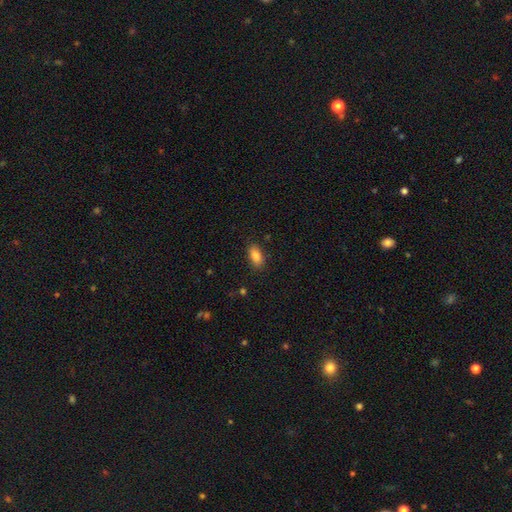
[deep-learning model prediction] Smooth or featured: smooth — 87% (star or artifact — 8%)
How rounded: in between — 90% (cigar-shaped — 6%)
Merging: none — 86% (minor disturbance — 10%)